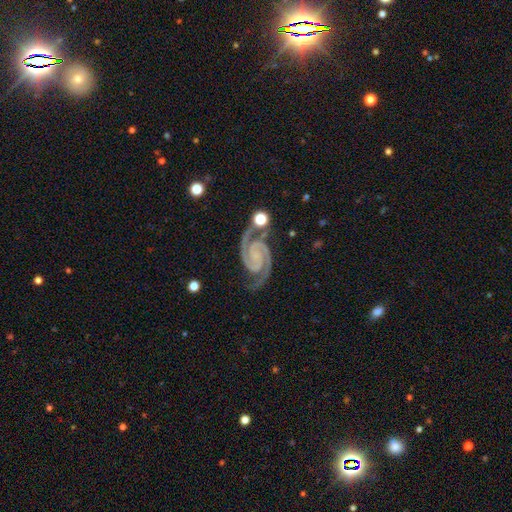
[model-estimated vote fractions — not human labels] Smooth or featured: featured or disk — 93% (star or artifact — 4%)
Edge-on disk: no — 98% (yes — 2%)
Bar: no — 56% (weak — 28%)
Spiral arms: yes — 99% (no — 1%)
Spiral winding: tight — 59% (medium — 36%)
Spiral arm count: 2 — 92% (3 — 3%)
Bulge size: small — 47% (none — 43%)
Merging: none — 78% (minor disturbance — 14%)